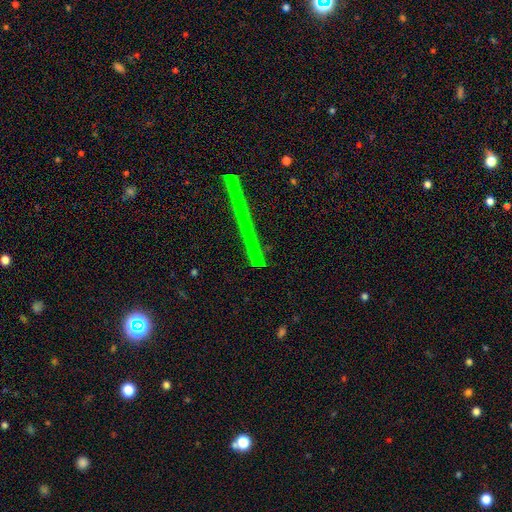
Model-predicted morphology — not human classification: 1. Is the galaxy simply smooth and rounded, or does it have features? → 72% star or artifact, 16% featured or disk, 12% smooth.